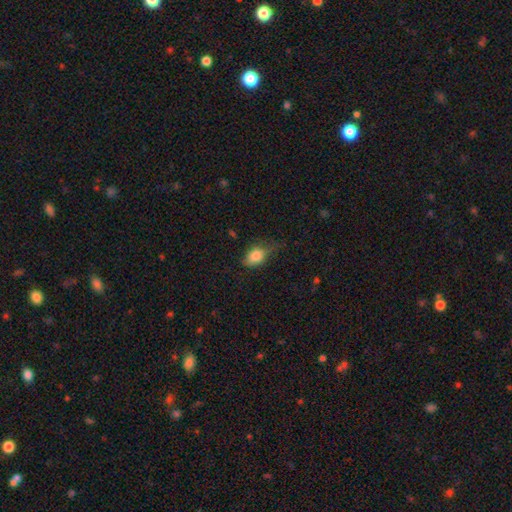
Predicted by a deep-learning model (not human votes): This is clearly a smooth galaxy (80%). How rounded: likely in between (77%). Merging: marginally minor disturbance (40%).